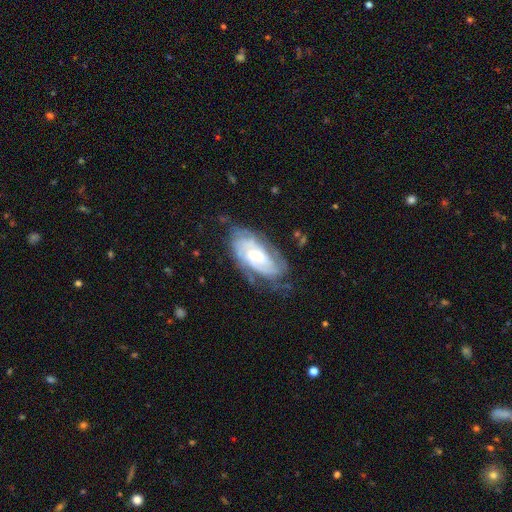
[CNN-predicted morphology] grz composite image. It shows a featured or disk galaxy (80%) with no bar (65%), tight (68%) spiral arms (93%) and a small central bulge (54%). Merging: none (66%).